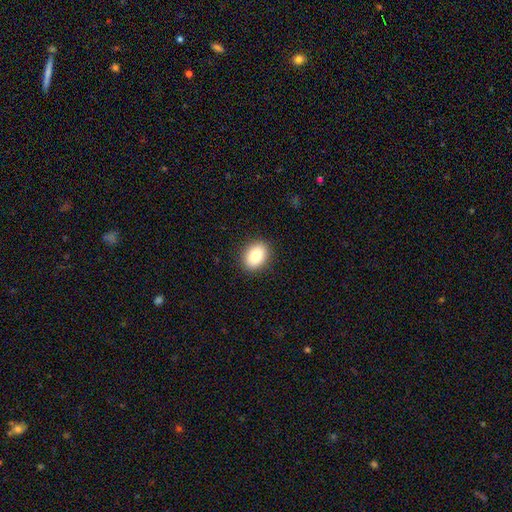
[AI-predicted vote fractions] A smooth galaxy with no disk features (85%) that is in between round and cigar-shaped (74%). Merging: none (89%).